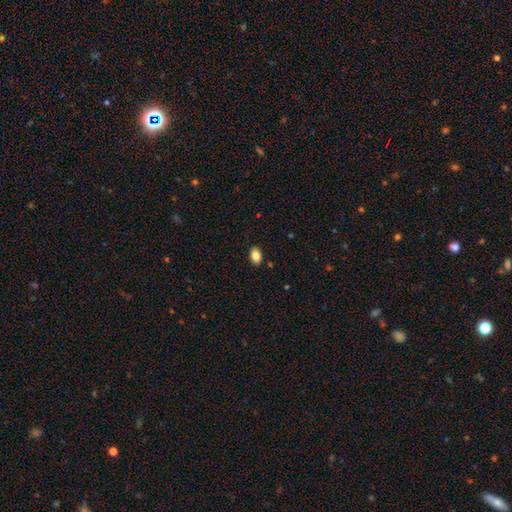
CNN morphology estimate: Smooth or featured? Predicted: smooth (p=0.85). How rounded? Predicted: in between (p=0.88). Merging? Predicted: none (p=0.88).